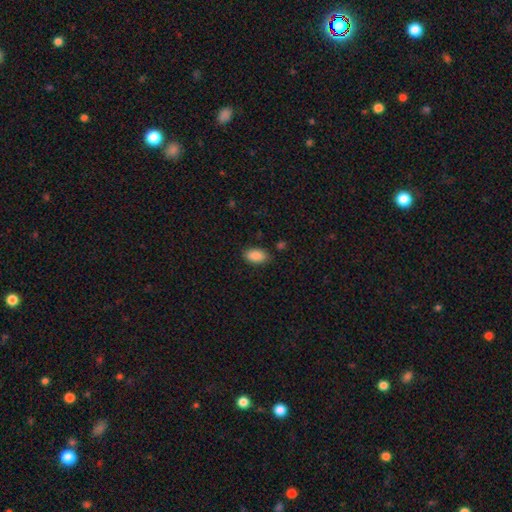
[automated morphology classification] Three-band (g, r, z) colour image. It shows a smooth galaxy with no disk features (89%) that is in between round and cigar-shaped (94%). Merging: none (85%).